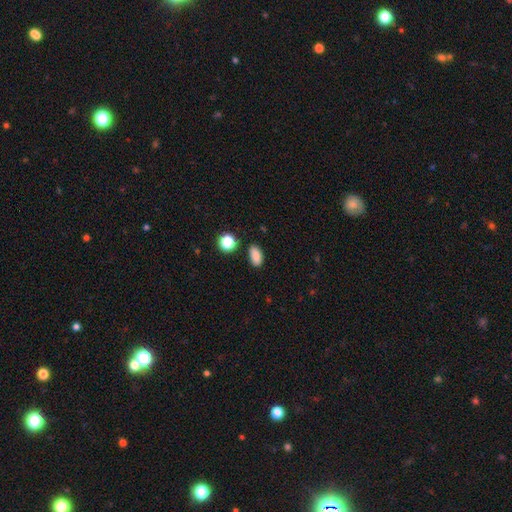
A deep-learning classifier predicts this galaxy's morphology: Q: Smooth or featured?
A: smooth (85%); runner-up: star or artifact (11%)
Q: How rounded?
A: in between (87%); runner-up: round (9%)
Q: Merging?
A: none (82%); runner-up: minor disturbance (12%)